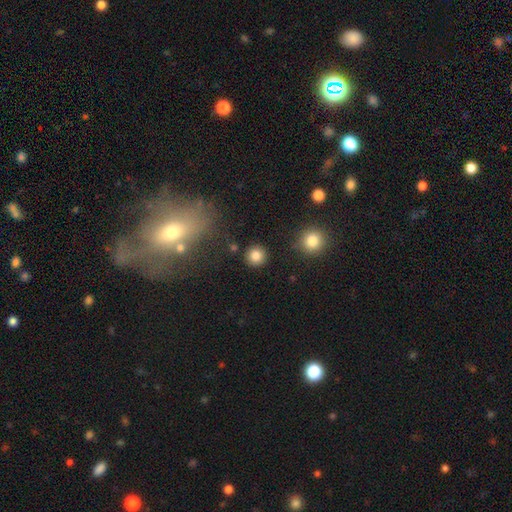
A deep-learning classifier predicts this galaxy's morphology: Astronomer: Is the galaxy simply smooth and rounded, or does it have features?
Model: smooth — 83%.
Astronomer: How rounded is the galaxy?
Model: round — 94%.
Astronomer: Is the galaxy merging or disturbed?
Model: none — 90%.